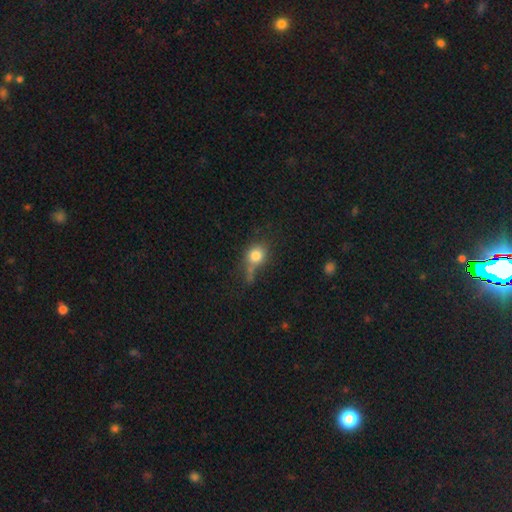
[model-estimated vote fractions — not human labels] smooth_or_featured: smooth (p=0.80) [alt: star or artifact p=0.10]
how_rounded: round (p=0.70) [alt: in between p=0.28]
merging: none (p=0.46) [alt: minor disturbance p=0.24]